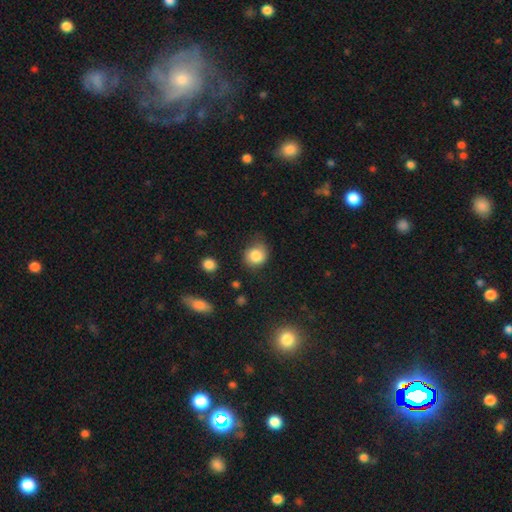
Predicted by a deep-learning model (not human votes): Q: Smooth or featured?
A: smooth (83%); runner-up: star or artifact (9%)
Q: How rounded?
A: round (78%); runner-up: in between (21%)
Q: Merging?
A: none (64%); runner-up: minor disturbance (25%)